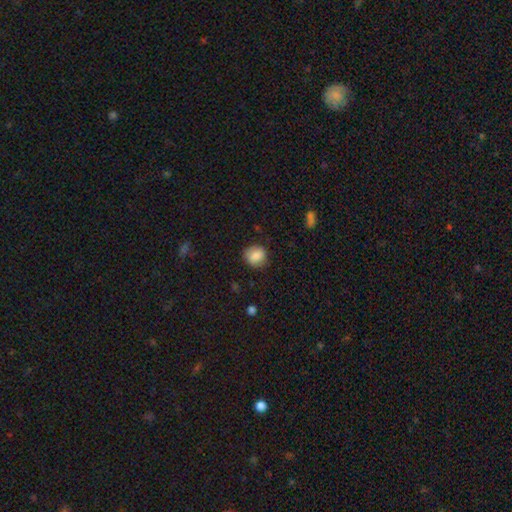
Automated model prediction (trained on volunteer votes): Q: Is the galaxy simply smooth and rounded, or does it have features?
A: smooth — 84%.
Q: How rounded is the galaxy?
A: round — 78%.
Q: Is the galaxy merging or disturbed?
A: none — 80%.